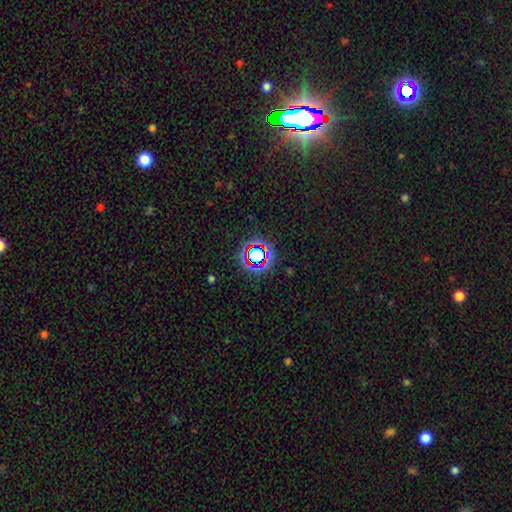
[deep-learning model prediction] smooth-or-featured: star or artifact: 63% | smooth: 24% | featured or disk: 13%